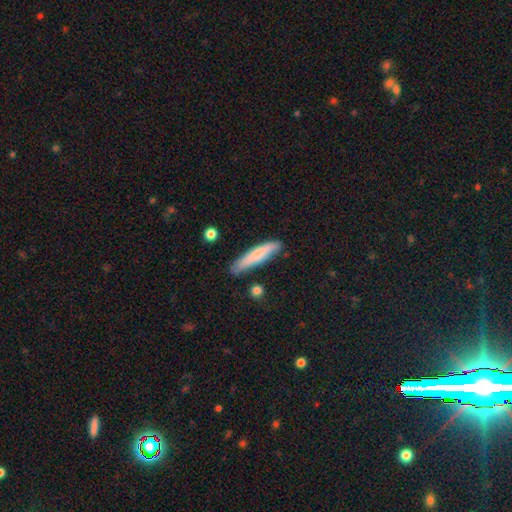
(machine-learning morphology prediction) This is likely a smooth galaxy (74%). How rounded: clearly cigar-shaped (86%). Merging: likely none (76%).